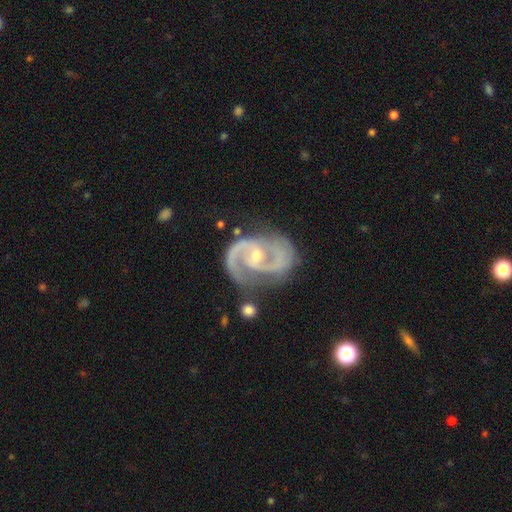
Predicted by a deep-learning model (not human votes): This is clearly a featured or disk galaxy (93%). It is clearly not viewed edge-on (98%). Bar: marginally no (44%). Spiral arm pattern: clearly yes (98%). Spiral arm count: clearly 2 (93%). Spiral winding: likely medium (62%). Central bulge: possibly small (59%). Merging: likely none (69%).